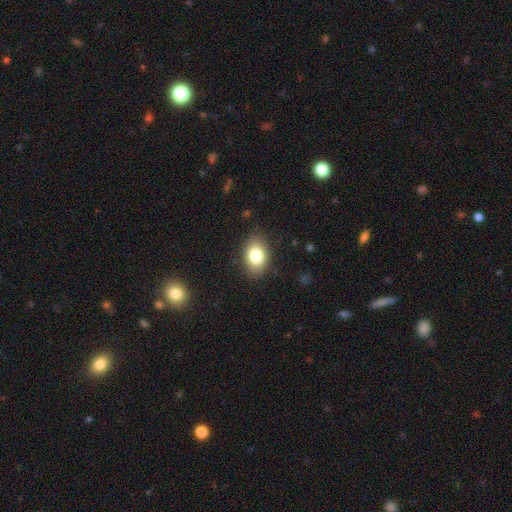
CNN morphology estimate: smooth-or-featured: smooth: 82% | featured or disk: 10% | star or artifact: 8%
  how-rounded: in between: 83% | round: 15% | cigar-shaped: 1%
  merging: none: 86% | minor disturbance: 10% | major disturbance: 3% | merger: 1%